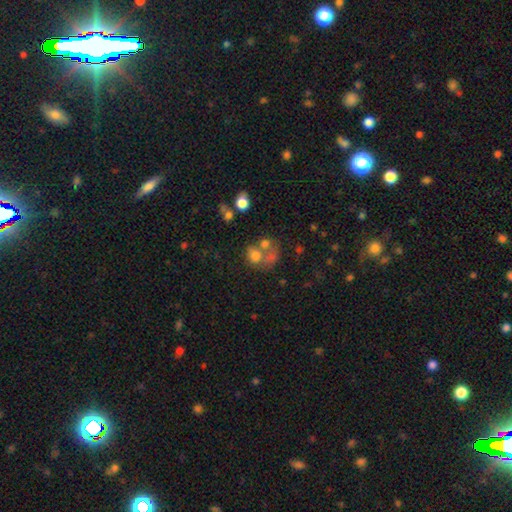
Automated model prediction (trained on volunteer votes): smooth-or-featured: smooth: 62% | featured or disk: 23% | star or artifact: 15%
  how-rounded: round: 60% | in between: 39% | cigar-shaped: 1%
  merging: merger: 48% | none: 27% | major disturbance: 14% | minor disturbance: 11%